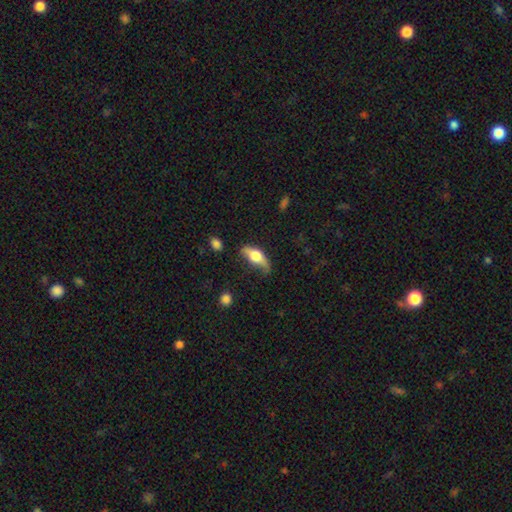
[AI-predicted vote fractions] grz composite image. It shows a smooth galaxy with no disk features (56%) that is in between round and cigar-shaped (71%). Merging: none (50%).